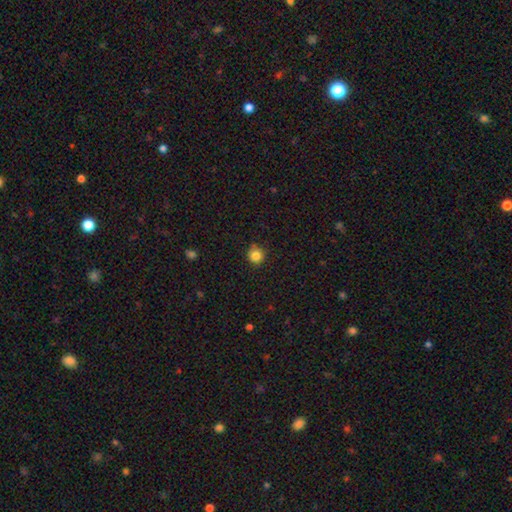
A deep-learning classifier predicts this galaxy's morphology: smooth-or-featured: smooth: 84% | star or artifact: 12% | featured or disk: 5%
  how-rounded: round: 93% | in between: 6% | cigar-shaped: 1%
  merging: none: 85% | minor disturbance: 11% | major disturbance: 2% | merger: 2%